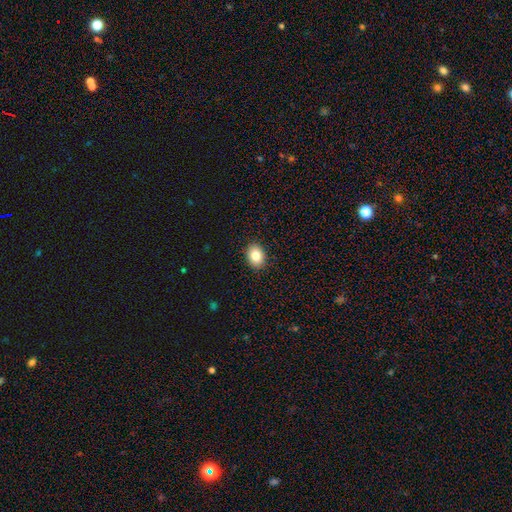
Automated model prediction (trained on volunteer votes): smooth-or-featured: smooth: 83% | star or artifact: 9% | featured or disk: 8%
  how-rounded: in between: 65% | round: 34% | cigar-shaped: 1%
  merging: none: 91% | minor disturbance: 6% | major disturbance: 2% | merger: 1%